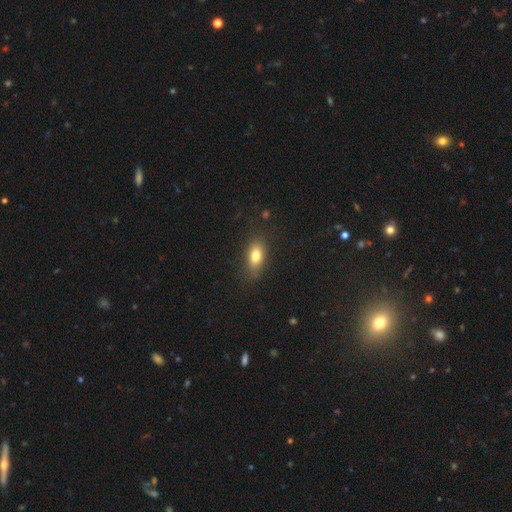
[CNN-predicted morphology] Smooth or featured?
  - smooth: 79% *
  - featured or disk: 12%
  - star or artifact: 9%
How rounded?
  - in between: 83% *
  - round: 10%
  - cigar-shaped: 7%
Merging?
  - none: 77% *
  - minor disturbance: 17%
  - major disturbance: 5%
  - merger: 1%